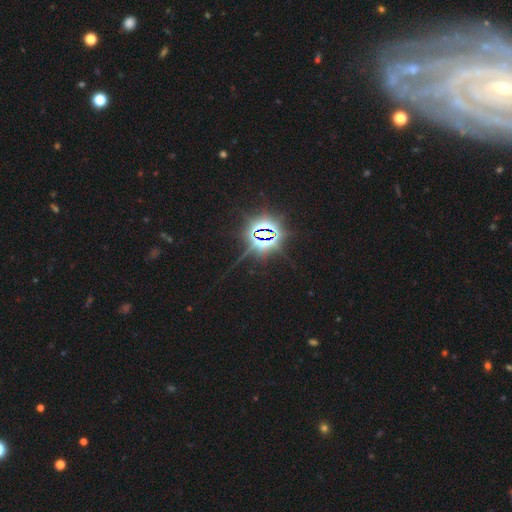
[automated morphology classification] This is possibly a star or artifact rather than a galaxy (56%).